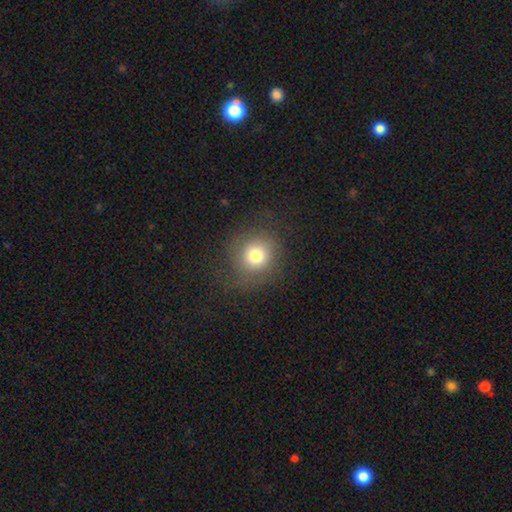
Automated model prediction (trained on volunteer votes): Smooth or featured? smooth (75%)
How rounded? round (88%)
Merging? none (77%)